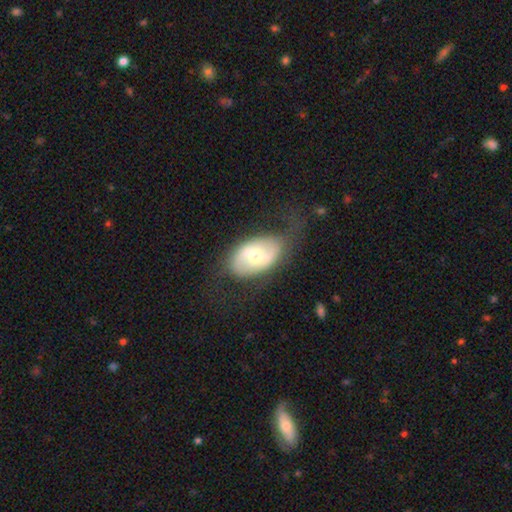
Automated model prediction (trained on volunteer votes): This is possibly a featured or disk galaxy (52%). It is clearly not viewed edge-on (92%). Merging: possibly none (59%).